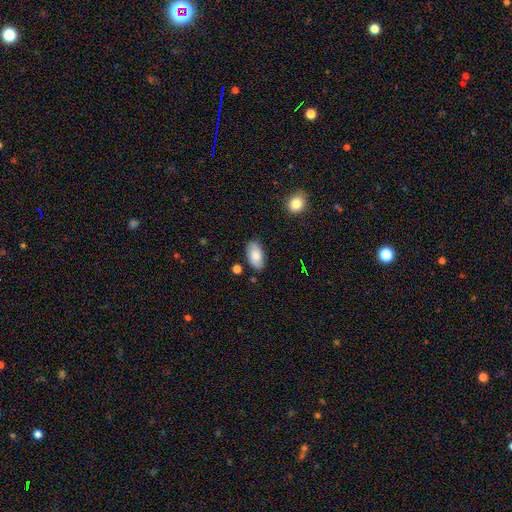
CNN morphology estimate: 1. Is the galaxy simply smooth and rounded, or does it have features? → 77% smooth, 16% featured or disk, 7% star or artifact.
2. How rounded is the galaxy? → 94% in between, 3% round, 2% cigar-shaped.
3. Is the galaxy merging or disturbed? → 82% none, 13% minor disturbance, 3% merger, 3% major disturbance.